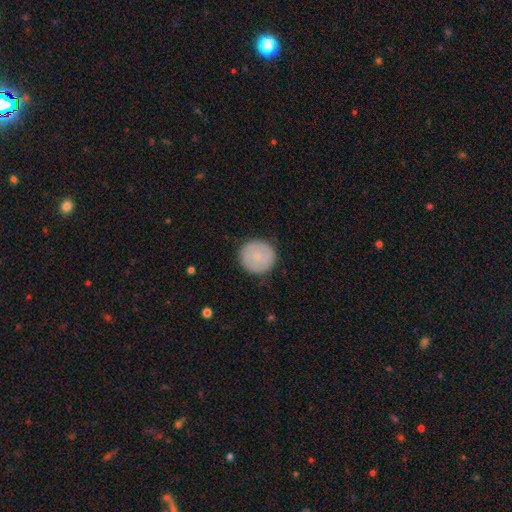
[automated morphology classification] smooth-or-featured: smooth: 69% | featured or disk: 25% | star or artifact: 6%
  how-rounded: round: 94% | in between: 5% | cigar-shaped: 1%
  merging: none: 88% | minor disturbance: 8% | major disturbance: 2% | merger: 1%